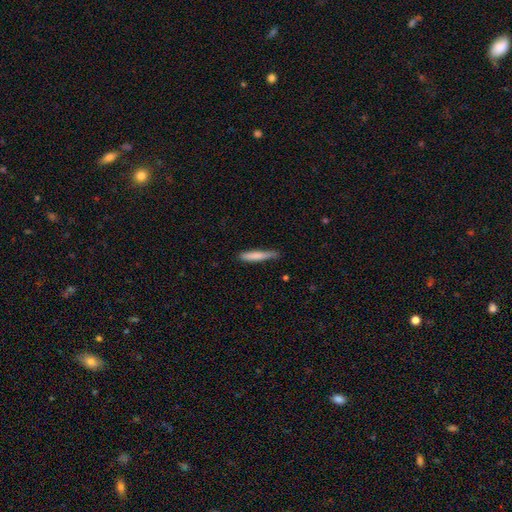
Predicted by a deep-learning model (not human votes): This is likely a smooth galaxy (78%). How rounded: clearly cigar-shaped (92%). Merging: likely none (69%).